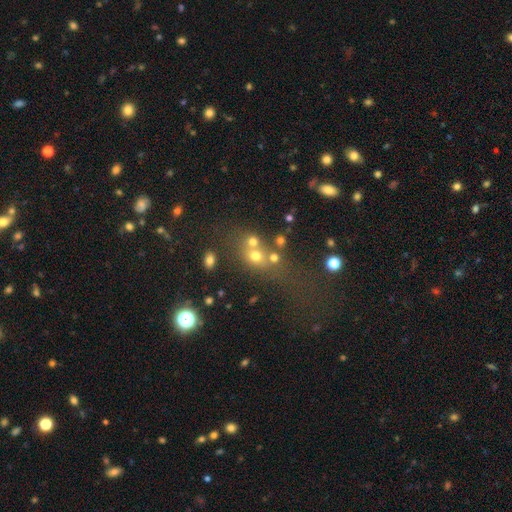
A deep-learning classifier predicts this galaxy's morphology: Smooth or featured? smooth (57%)
How rounded? round (66%)
Merging? none (42%)